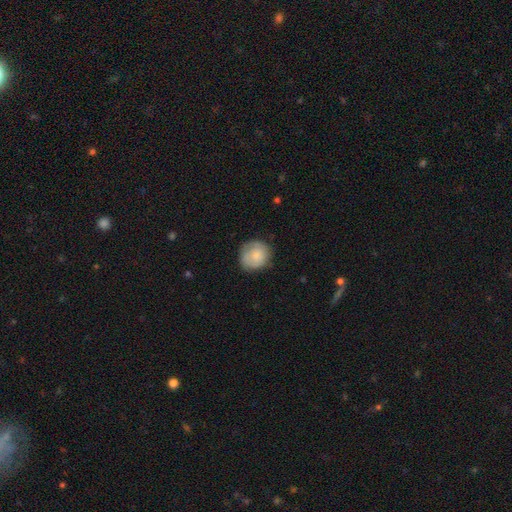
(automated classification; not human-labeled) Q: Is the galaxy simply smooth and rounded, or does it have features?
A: smooth — 78%.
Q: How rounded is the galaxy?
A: round — 84%.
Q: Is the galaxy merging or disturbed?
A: none — 72%.